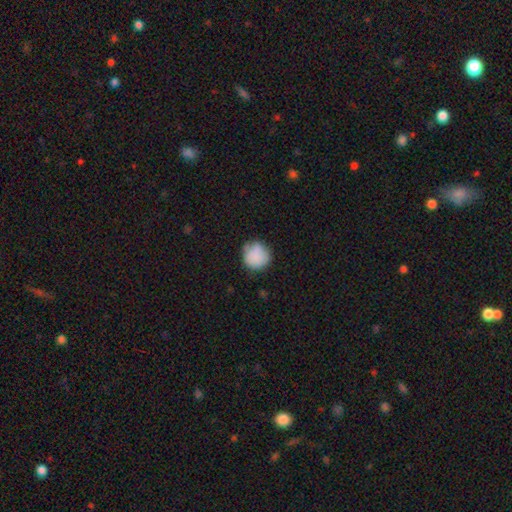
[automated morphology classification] type=smooth (81%); roundness=round (89%); merging=none (64%).